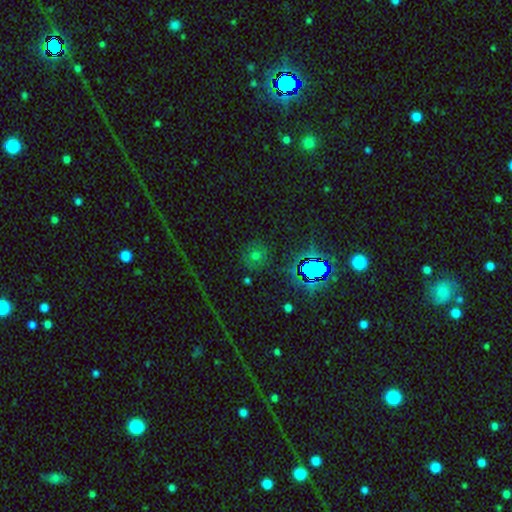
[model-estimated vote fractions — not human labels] Overall: smooth (49%; star or artifact 39%). Merging: none (79%).